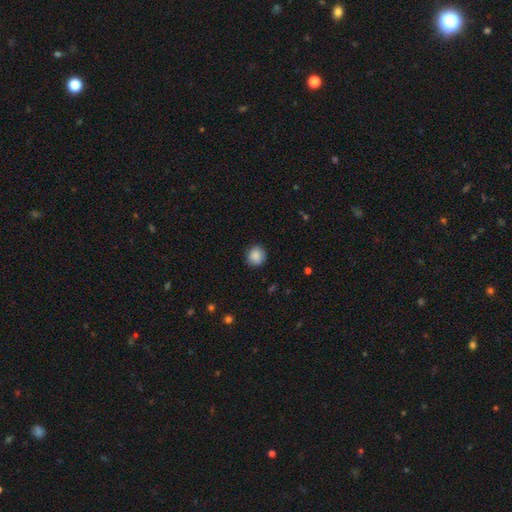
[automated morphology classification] A smooth galaxy with no disk features (88%) that is round (88%). Merging: none (87%).